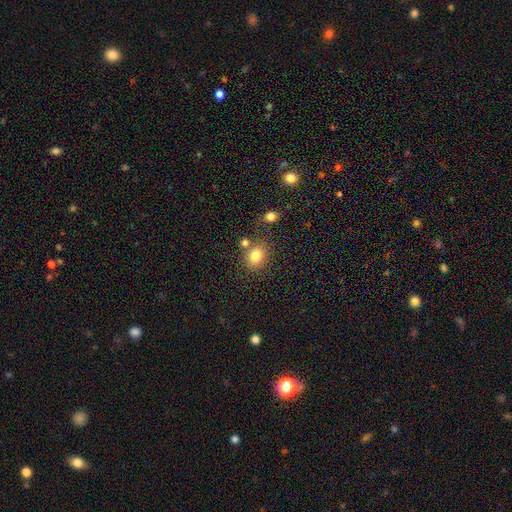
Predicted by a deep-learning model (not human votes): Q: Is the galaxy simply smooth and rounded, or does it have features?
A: smooth — 80%.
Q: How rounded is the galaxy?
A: round — 65%.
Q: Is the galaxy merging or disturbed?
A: none — 66%.